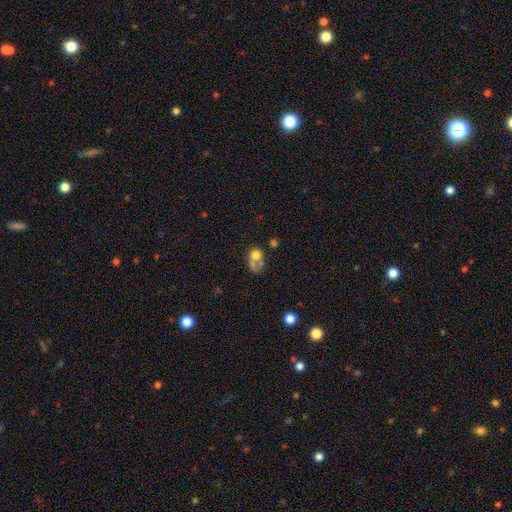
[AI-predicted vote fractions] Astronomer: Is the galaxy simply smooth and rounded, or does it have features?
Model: smooth — 63%.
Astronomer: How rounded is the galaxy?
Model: round — 59% (runner-up: in between, 39%).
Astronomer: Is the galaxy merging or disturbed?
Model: merger — 42% (runner-up: none, 26%).